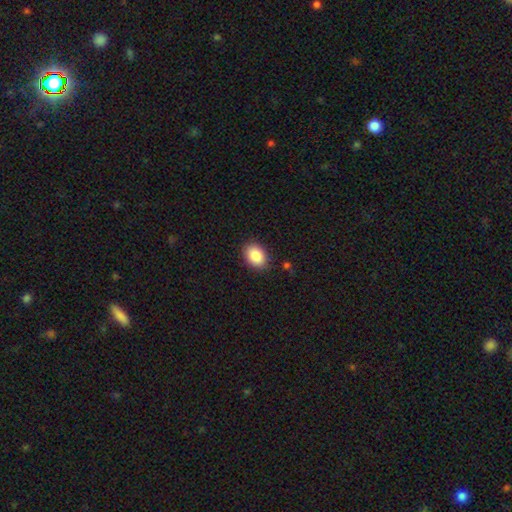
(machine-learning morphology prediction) smooth_or_featured: smooth (p=0.88) [alt: star or artifact p=0.07]
how_rounded: in between (p=0.80) [alt: round p=0.19]
merging: none (p=0.87) [alt: minor disturbance p=0.10]